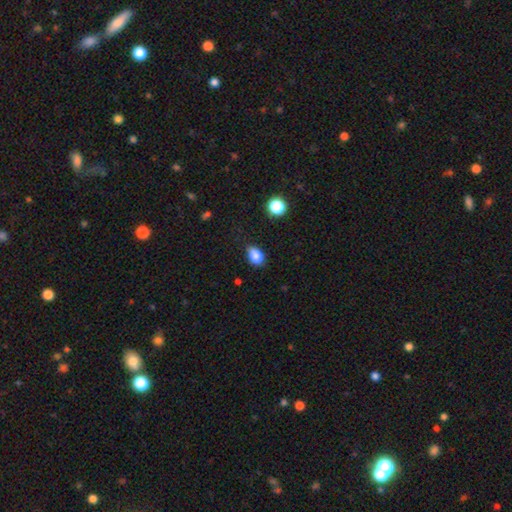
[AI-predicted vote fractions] A smooth galaxy with no disk features (85%) that is in between round and cigar-shaped (78%). Merging: none (75%).